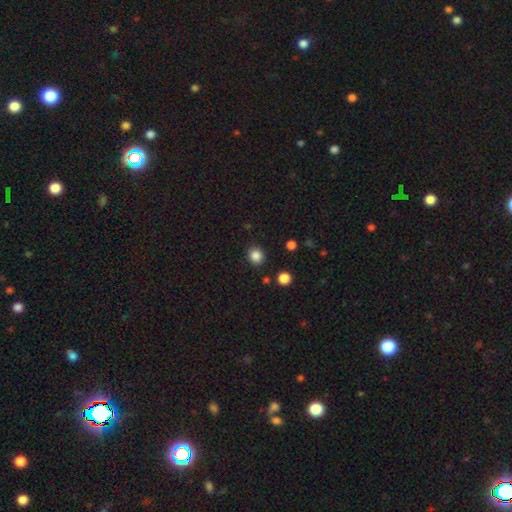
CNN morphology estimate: Smooth or featured: smooth — 85% (star or artifact — 11%)
How rounded: round — 82% (in between — 17%)
Merging: none — 88% (minor disturbance — 7%)